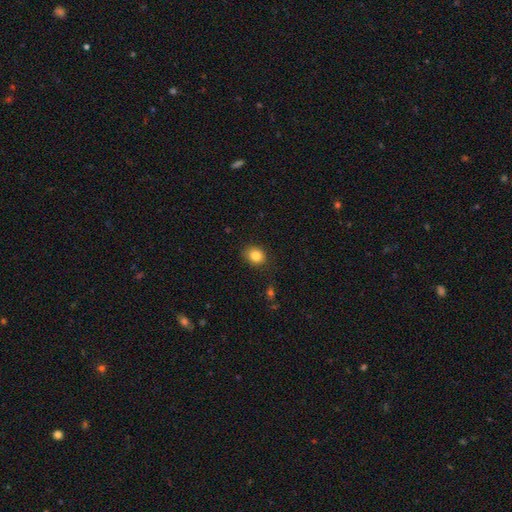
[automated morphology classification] Smooth or featured? Predicted: smooth (p=0.83). How rounded? Predicted: round (p=0.65). Merging? Predicted: none (p=0.84).